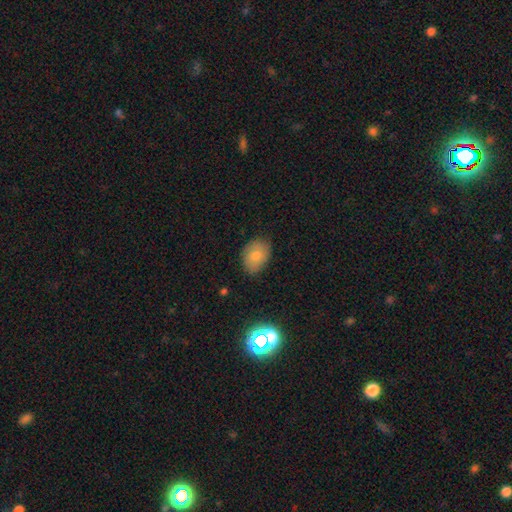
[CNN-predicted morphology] Smooth or featured? Predicted: smooth (p=0.76). How rounded? Predicted: in between (p=0.76). Merging? Predicted: none (p=0.75).